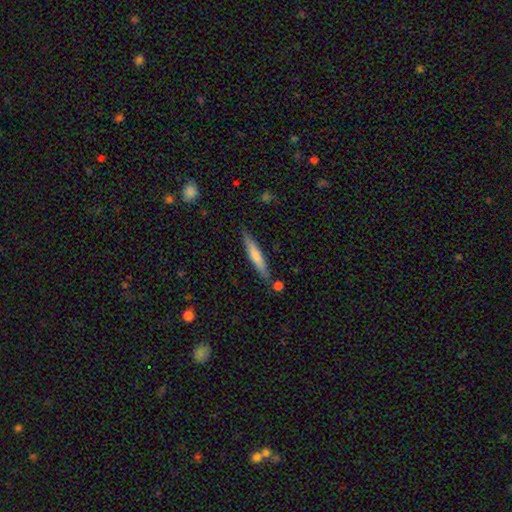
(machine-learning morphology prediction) Smooth or featured? smooth (66%)
How rounded? cigar-shaped (93%)
Merging? none (82%)